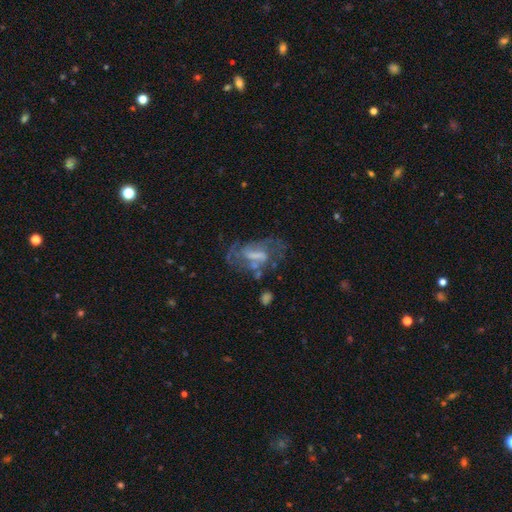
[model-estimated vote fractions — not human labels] Q: Smooth or featured?
A: featured or disk (66%); runner-up: smooth (24%)
Q: Edge-on disk?
A: no (94%); runner-up: yes (6%)
Q: Bar?
A: weak (40%); runner-up: strong (34%)
Q: Spiral arms?
A: yes (65%); runner-up: no (35%)
Q: Bulge size?
A: none (42%); runner-up: moderate (23%)
Q: Merging?
A: none (38%); runner-up: major disturbance (32%)